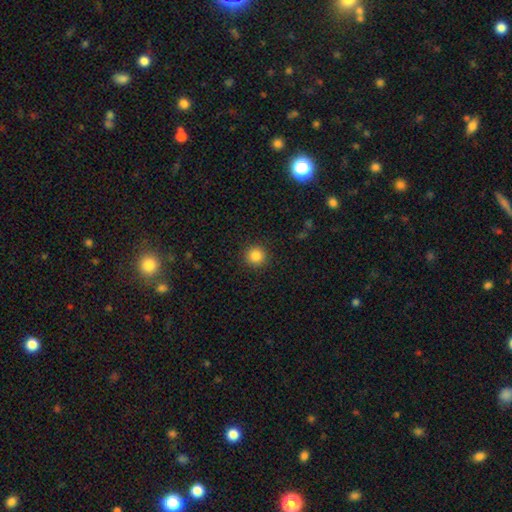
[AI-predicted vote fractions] Q: Smooth or featured?
A: smooth (86%); runner-up: star or artifact (10%)
Q: How rounded?
A: round (95%); runner-up: in between (4%)
Q: Merging?
A: none (91%); runner-up: minor disturbance (5%)